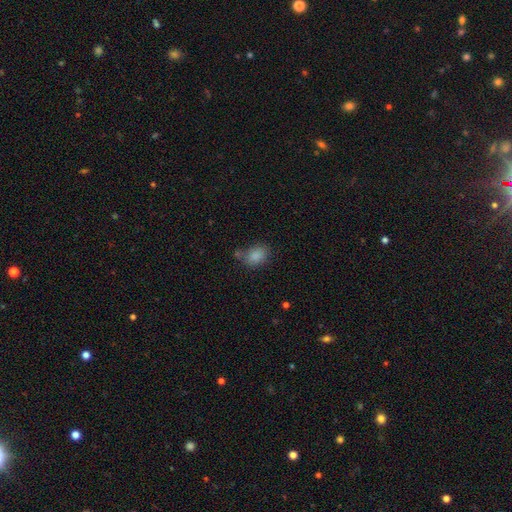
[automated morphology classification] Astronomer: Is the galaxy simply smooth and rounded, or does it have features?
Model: smooth — 85%.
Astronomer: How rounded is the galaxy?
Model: in between — 72%.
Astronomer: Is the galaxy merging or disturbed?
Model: none — 63%.